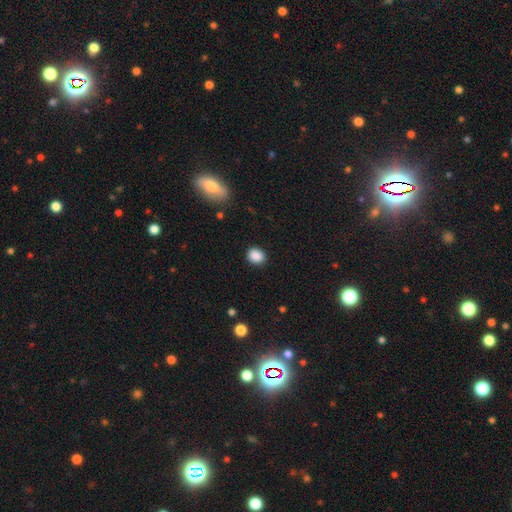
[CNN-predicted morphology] A smooth galaxy with no disk features (88%) that is round (63%). Merging: none (89%).